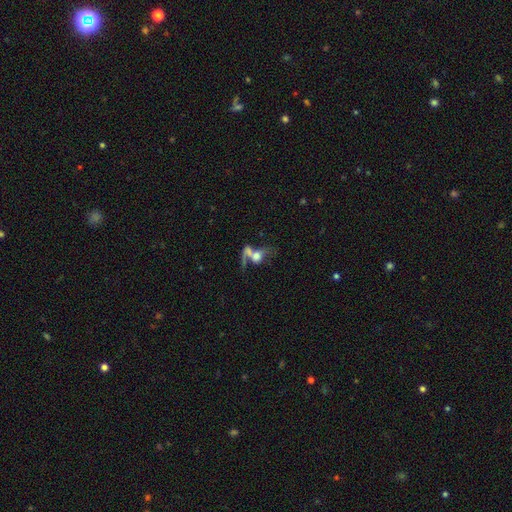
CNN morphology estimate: smooth 52%, featured or disk 35%, star or artifact 12%. Down the decision tree: how rounded — in between (60%); merging — merger (57%).